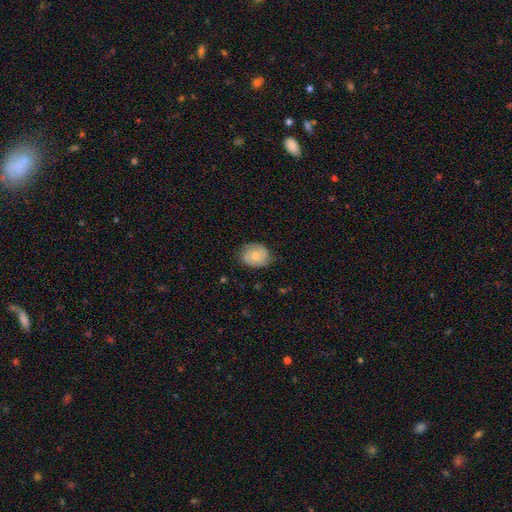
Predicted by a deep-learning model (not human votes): Smooth or featured? Predicted: featured or disk (p=0.56). Edge-on disk? Predicted: no (p=0.97). Bar? Predicted: no (p=0.75). Spiral arms? Predicted: yes (p=0.87). Bulge size? Predicted: small (p=0.48). Merging? Predicted: none (p=0.70).